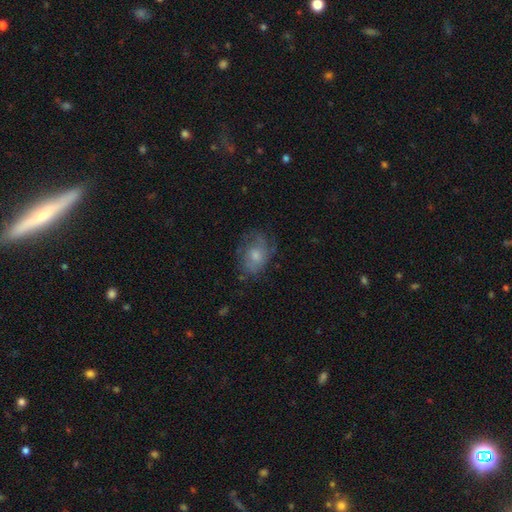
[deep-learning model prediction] smooth 47%, featured or disk 44%, star or artifact 9%. Down the decision tree: merging — none (56%).